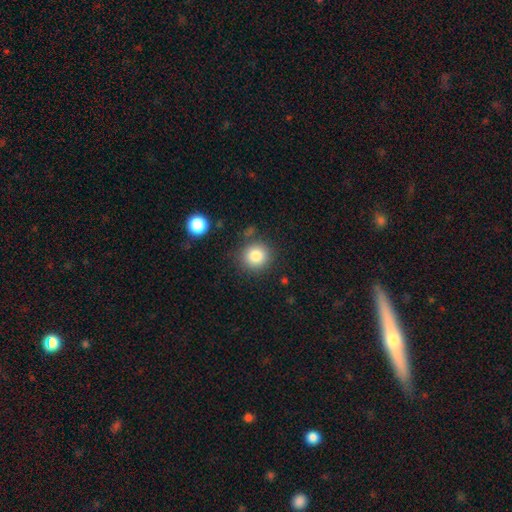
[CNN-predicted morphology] This is clearly a smooth galaxy (84%). How rounded: clearly round (90%). Merging: clearly none (83%).